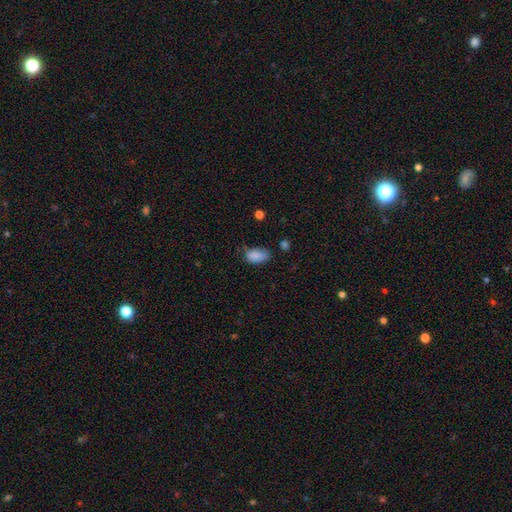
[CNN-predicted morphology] type=smooth (87%); roundness=in between (93%); merging=none (58%).